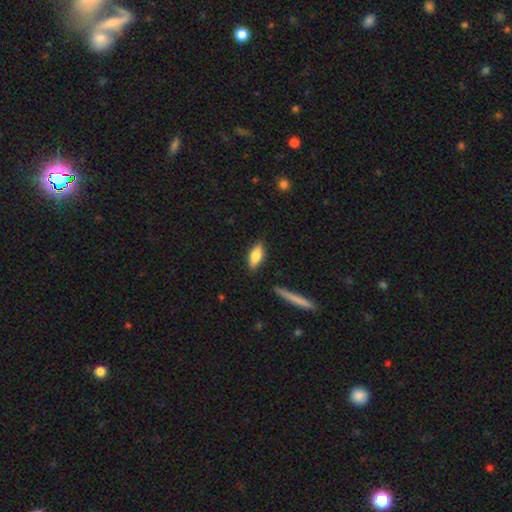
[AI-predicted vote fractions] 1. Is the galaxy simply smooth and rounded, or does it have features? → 73% smooth, 21% featured or disk, 6% star or artifact.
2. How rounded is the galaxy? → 72% in between, 26% cigar-shaped, 3% round.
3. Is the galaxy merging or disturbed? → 86% none, 10% minor disturbance, 2% major disturbance, 2% merger.